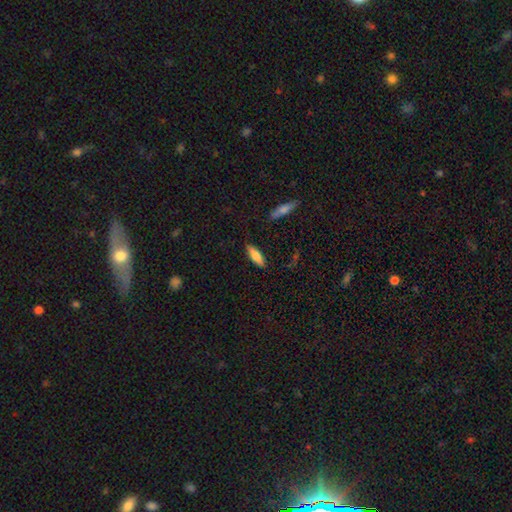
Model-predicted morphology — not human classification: This is likely a smooth galaxy (76%). How rounded: possibly in between (51%). Merging: clearly none (85%).